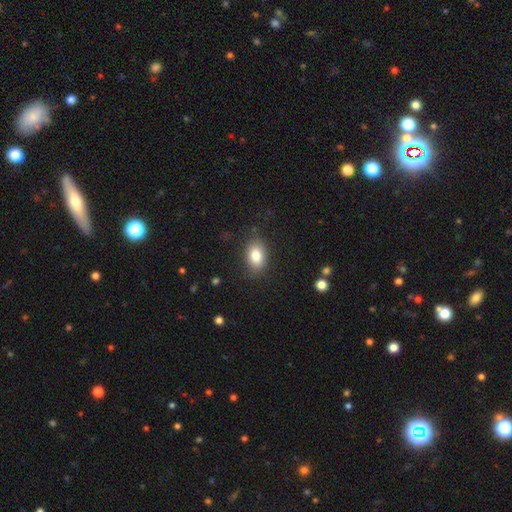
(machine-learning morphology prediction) Smooth or featured? smooth (82%)
How rounded? in between (86%)
Merging? none (83%)